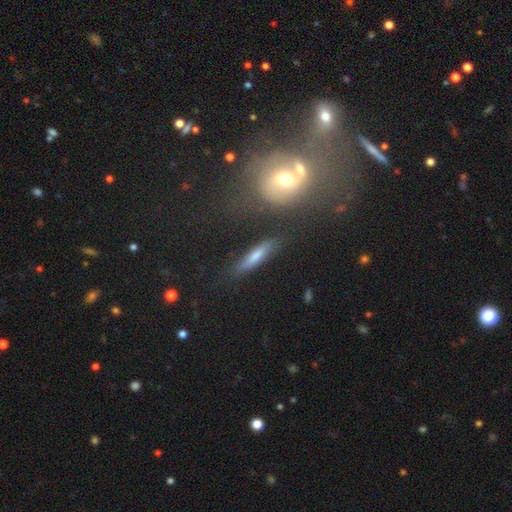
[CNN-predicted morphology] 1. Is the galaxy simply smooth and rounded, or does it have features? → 44% featured or disk, 39% smooth, 18% star or artifact.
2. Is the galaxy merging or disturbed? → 65% none, 14% minor disturbance, 13% merger, 8% major disturbance.